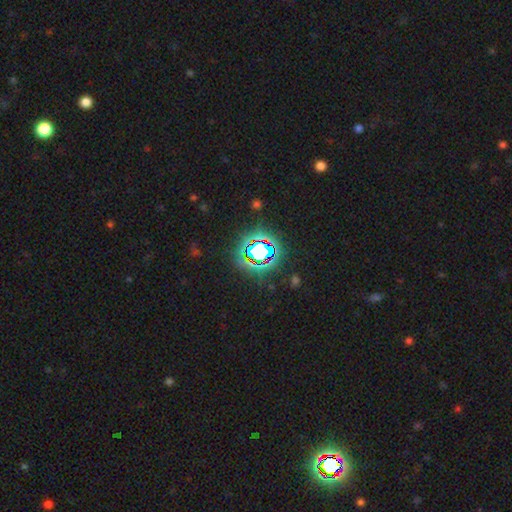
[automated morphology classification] A star or artifact, not a galaxy (74%).